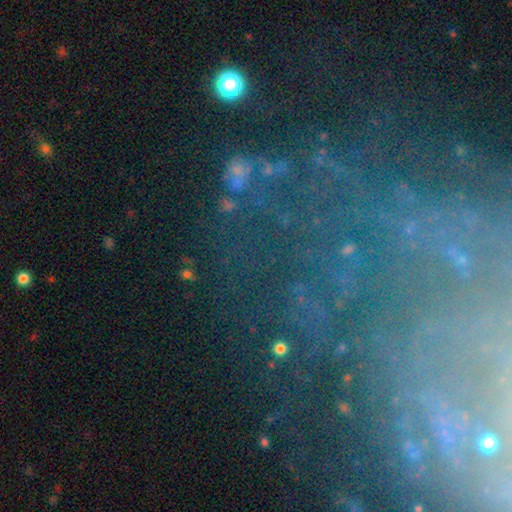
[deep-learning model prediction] Smooth or featured? star or artifact (50%)